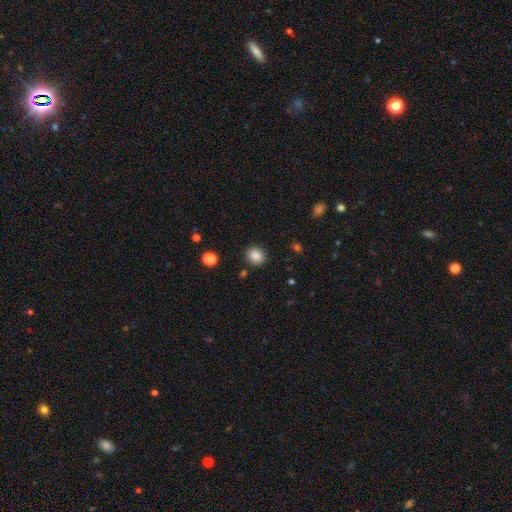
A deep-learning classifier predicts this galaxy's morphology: Smooth or featured? smooth (86%)
How rounded? round (75%)
Merging? none (88%)